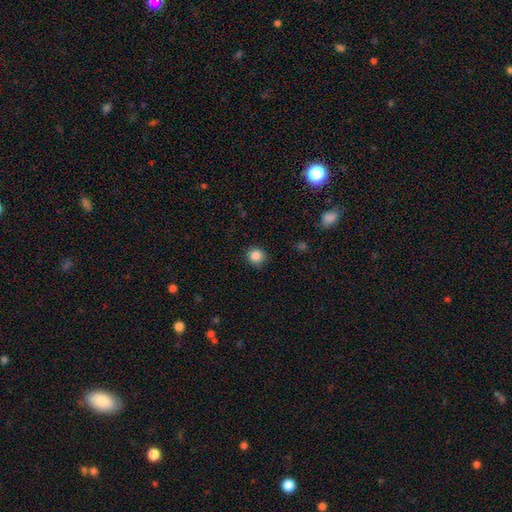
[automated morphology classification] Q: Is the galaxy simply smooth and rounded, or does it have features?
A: smooth — 86%.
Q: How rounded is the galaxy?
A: round — 92%.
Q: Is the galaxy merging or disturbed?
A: none — 88%.